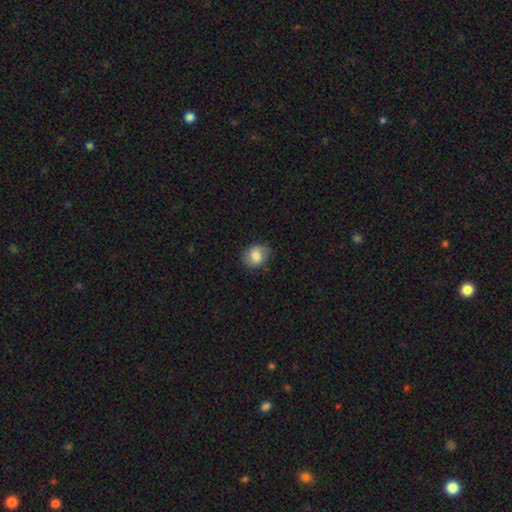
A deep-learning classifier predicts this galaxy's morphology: smooth 73%, featured or disk 19%, star or artifact 8%. Down the decision tree: how rounded — round (50%); merging — none (79%).